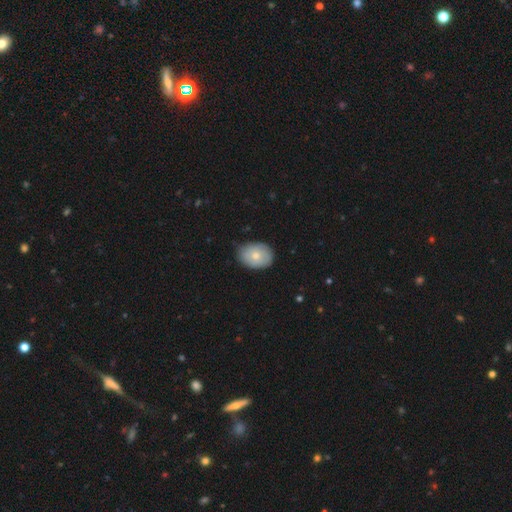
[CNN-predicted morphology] Smooth or featured? smooth (74%)
How rounded? in between (71%)
Merging? none (75%)